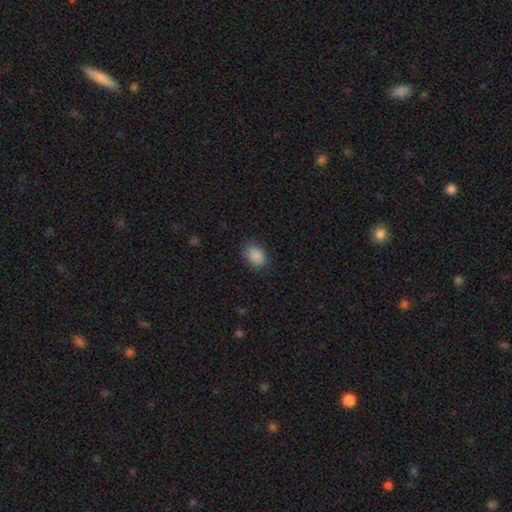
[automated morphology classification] Q: Smooth or featured?
A: smooth (89%); runner-up: star or artifact (8%)
Q: How rounded?
A: in between (75%); runner-up: round (24%)
Q: Merging?
A: none (83%); runner-up: minor disturbance (13%)